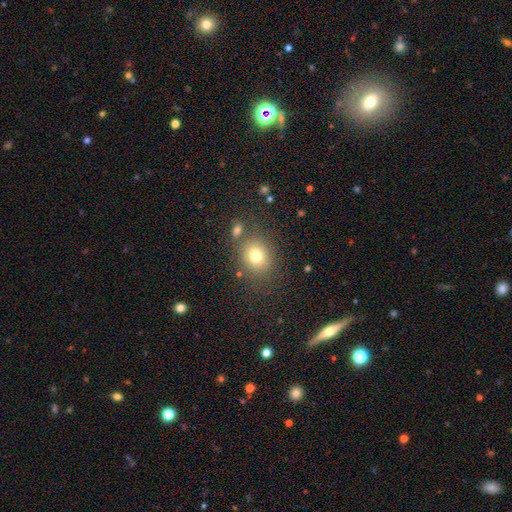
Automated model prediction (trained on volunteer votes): Overall: smooth (75%). How rounded: round (65%; in between 34%). Merging: none (74%).